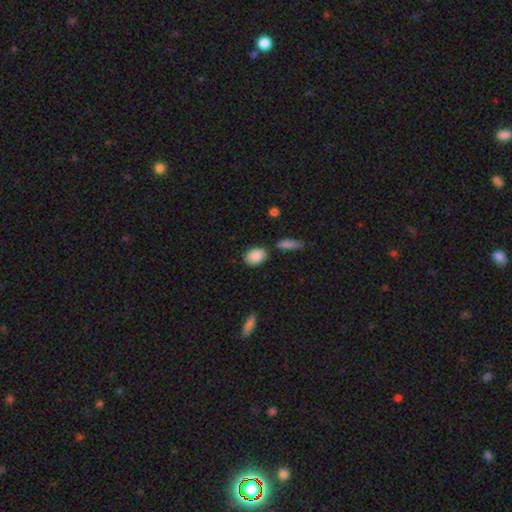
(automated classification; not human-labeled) This appears to be a smooth galaxy with no disk features (89%) that is in between round and cigar-shaped (82%). Merging: none (74%).